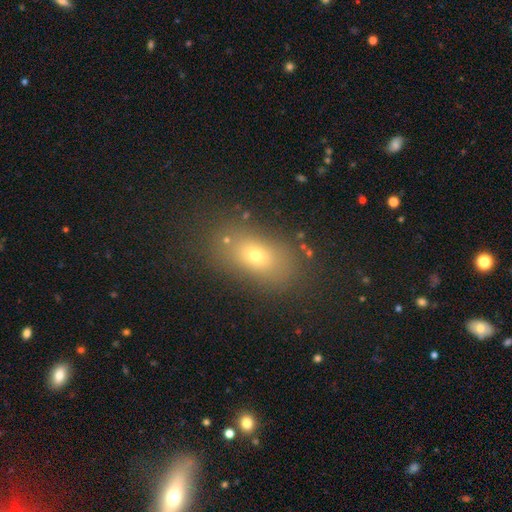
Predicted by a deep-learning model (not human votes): A smooth galaxy with no disk features (68%) that is in between round and cigar-shaped (80%). Merging: none (75%).